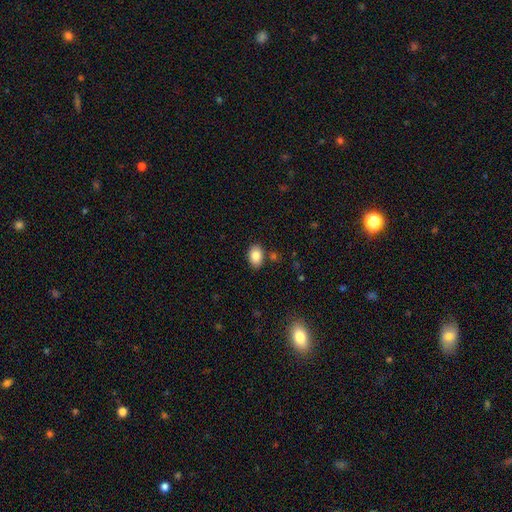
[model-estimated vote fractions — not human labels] Smooth or featured? Predicted: smooth (p=0.85). How rounded? Predicted: in between (p=0.81). Merging? Predicted: none (p=0.82).